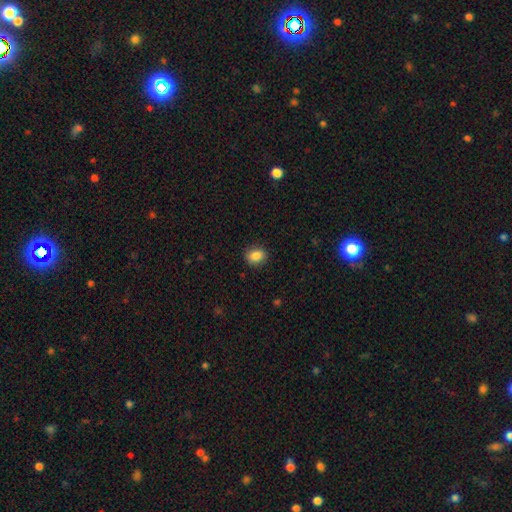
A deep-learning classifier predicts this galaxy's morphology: Smooth or featured? Predicted: smooth (p=0.86). How rounded? Predicted: in between (p=0.52). Merging? Predicted: none (p=0.88).